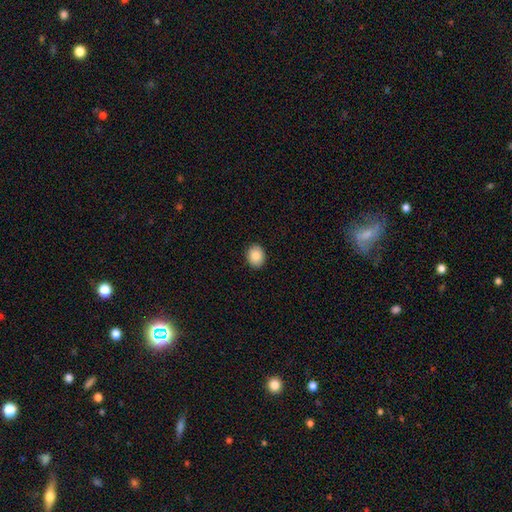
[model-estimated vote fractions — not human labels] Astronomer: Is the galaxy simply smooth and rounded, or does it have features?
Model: smooth — 89%.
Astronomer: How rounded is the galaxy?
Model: in between — 52% (runner-up: round, 47%).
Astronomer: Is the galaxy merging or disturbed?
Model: none — 91%.